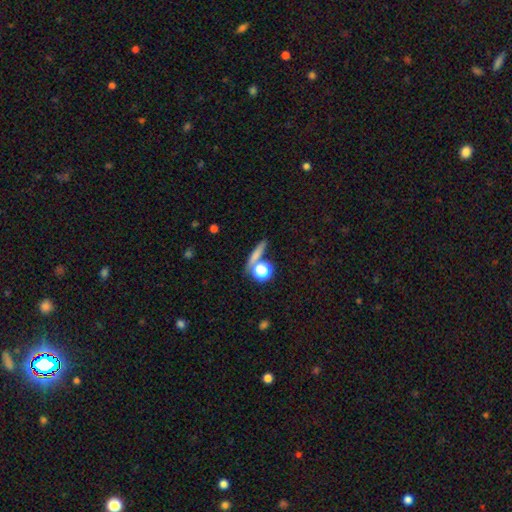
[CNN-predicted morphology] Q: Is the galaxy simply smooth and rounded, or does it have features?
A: smooth — 66%.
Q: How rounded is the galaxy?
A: cigar-shaped — 54%.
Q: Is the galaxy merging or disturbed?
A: none — 71%.